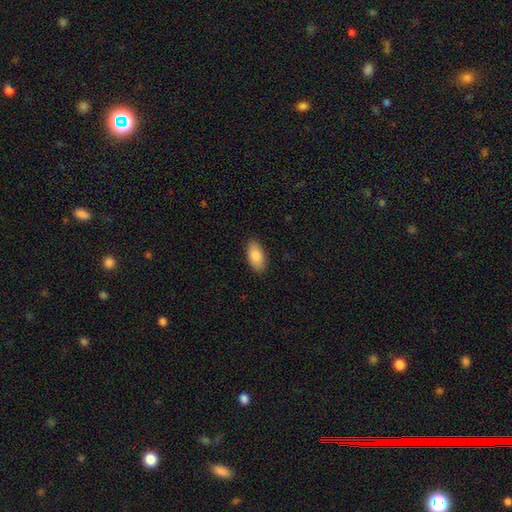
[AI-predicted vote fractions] Smooth or featured?
  - smooth: 86% *
  - featured or disk: 8%
  - star or artifact: 6%
How rounded?
  - in between: 92% *
  - cigar-shaped: 6%
  - round: 2%
Merging?
  - none: 88% *
  - minor disturbance: 9%
  - major disturbance: 2%
  - merger: 1%